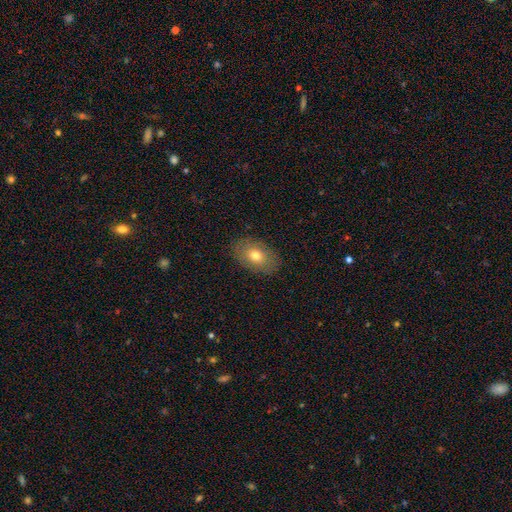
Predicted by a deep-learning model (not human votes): Smooth or featured? Predicted: smooth (p=0.72). How rounded? Predicted: in between (p=0.85). Merging? Predicted: none (p=0.86).